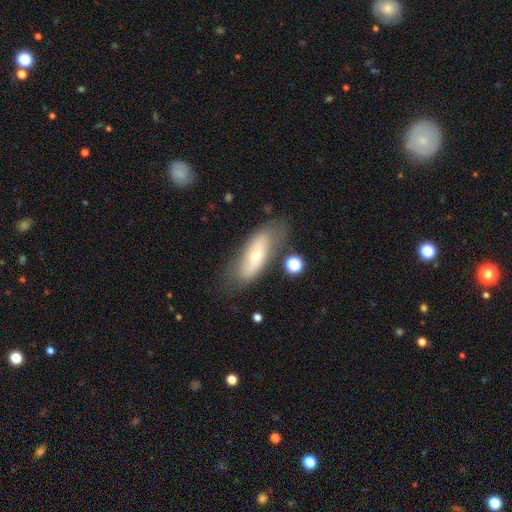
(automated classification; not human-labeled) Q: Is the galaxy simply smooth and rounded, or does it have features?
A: smooth — 47%.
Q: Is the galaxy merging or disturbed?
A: none — 65%.